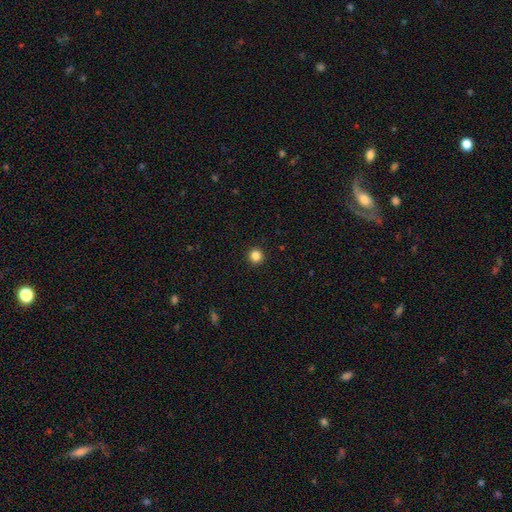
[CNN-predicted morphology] This appears to be a smooth galaxy with no disk features (85%) that is round (95%). Merging: none (93%).